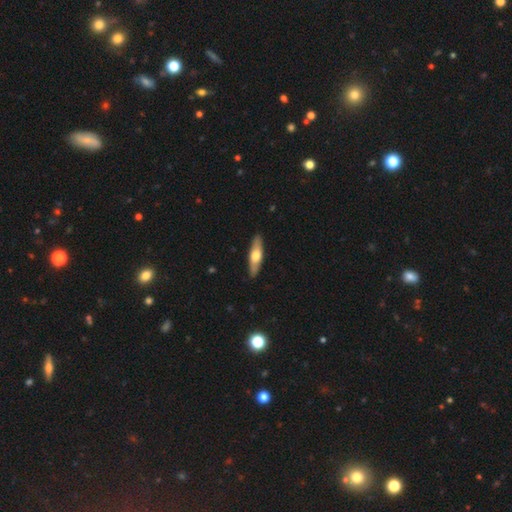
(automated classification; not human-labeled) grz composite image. It shows a smooth galaxy with no disk features (52%) that is cigar-shaped (61%). Merging: none (90%).